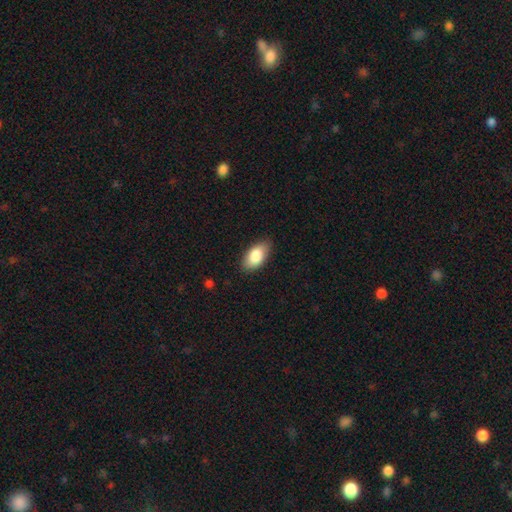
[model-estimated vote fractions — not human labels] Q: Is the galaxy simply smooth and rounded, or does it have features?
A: smooth — 84%.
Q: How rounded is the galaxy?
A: in between — 93%.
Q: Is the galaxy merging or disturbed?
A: none — 84%.